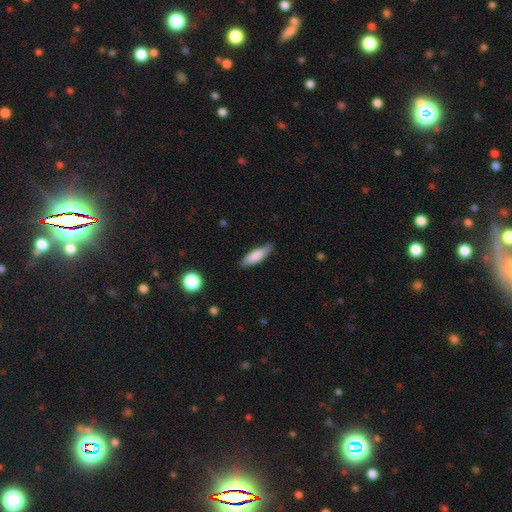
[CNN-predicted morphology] A smooth galaxy with no disk features (81%) that is cigar-shaped (55%).

Vote fractions:
- Smooth or featured? smooth: 81% / featured or disk: 13% / star or artifact: 6%
- How rounded? cigar-shaped: 55% / in between: 43% / round: 2%
- Merging? none: 80% / minor disturbance: 16% / major disturbance: 3% / merger: 1%